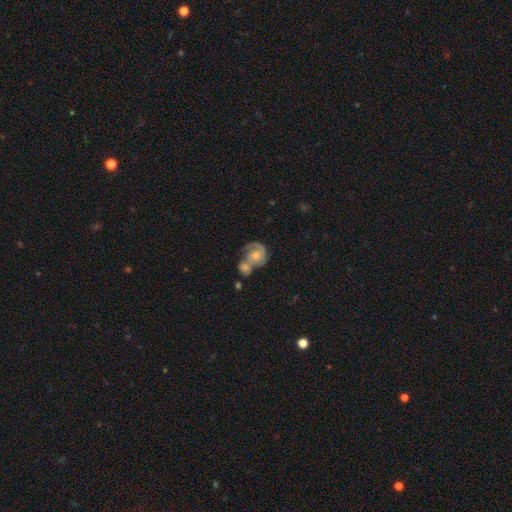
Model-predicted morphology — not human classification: A featured or disk galaxy (66%) with no bar (76%), 1 (47%) tight (42%) spiral arms (84%) and a moderate central bulge (57%). Merging: merger (56%).